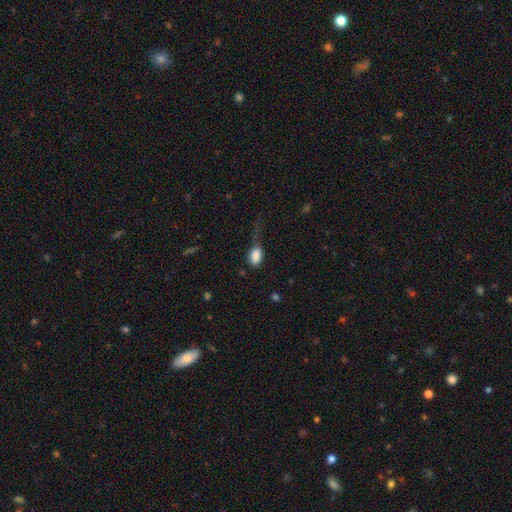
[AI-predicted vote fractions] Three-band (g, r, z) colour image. It shows a smooth galaxy with no disk features (86%) that is in between round and cigar-shaped (88%). Merging: none (34%).